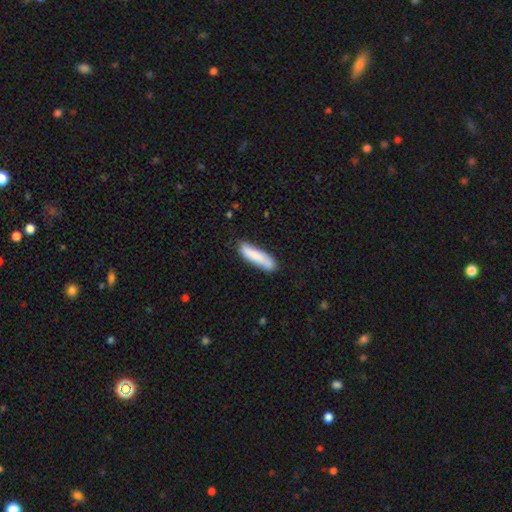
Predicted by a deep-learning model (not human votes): This is clearly a smooth galaxy (81%). How rounded: likely cigar-shaped (74%). Merging: likely none (76%).